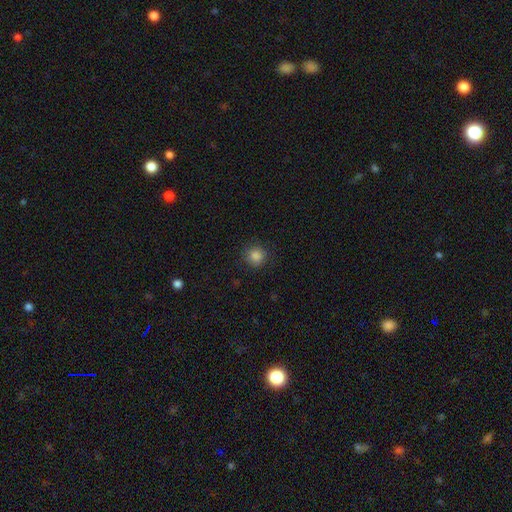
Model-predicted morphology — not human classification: This appears to be a smooth galaxy with no disk features (85%) that is round (89%). Merging: none (85%).